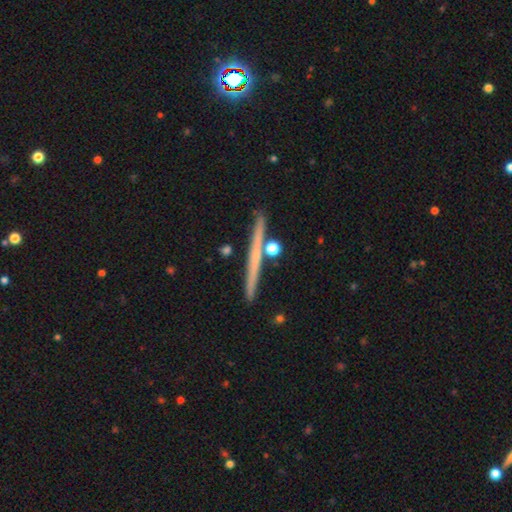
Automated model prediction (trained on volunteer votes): A featured or disk galaxy (57%) viewed edge-on (97%) with no central bulge (74%).

Vote fractions:
- Smooth or featured? featured or disk: 57% / smooth: 36% / star or artifact: 7%
- Edge-on disk? yes: 97% / no: 3%
- Edge-on bulge? none: 74% / rounded: 22% / boxy: 4%
- Merging? none: 87% / minor disturbance: 7% / merger: 5% / major disturbance: 2%